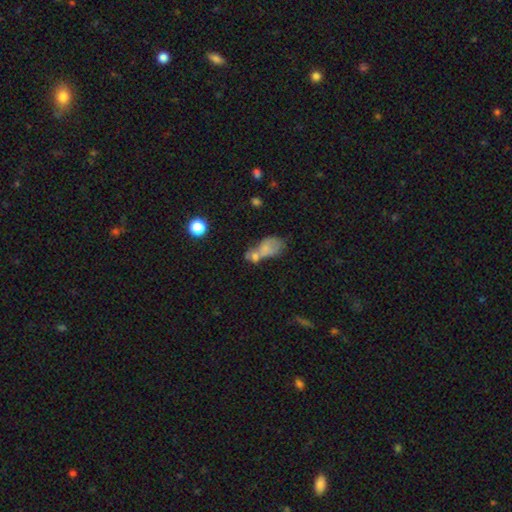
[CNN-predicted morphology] Q: Smooth or featured?
A: smooth (62%); runner-up: featured or disk (24%)
Q: How rounded?
A: in between (76%); runner-up: round (19%)
Q: Merging?
A: merger (55%); runner-up: none (20%)